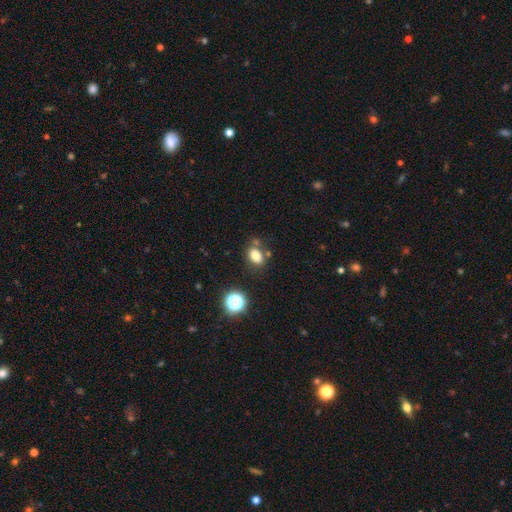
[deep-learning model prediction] This is likely a smooth galaxy (79%). How rounded: likely in between (77%). Merging: likely none (69%).